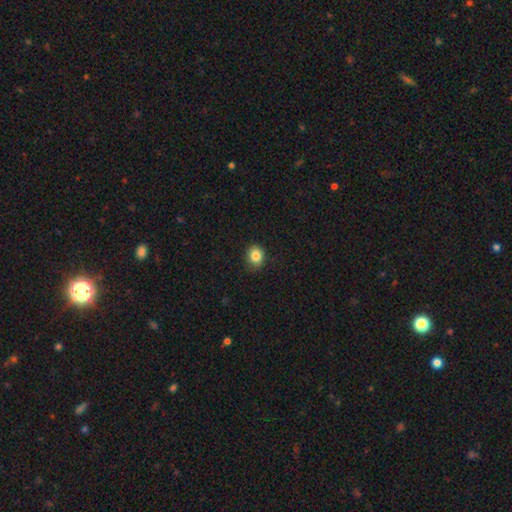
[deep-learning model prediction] Morphology: type=smooth (84%); roundness=round (67%); merging=none (82%).